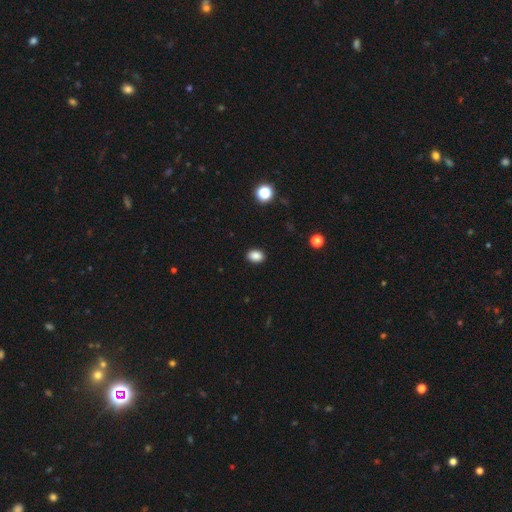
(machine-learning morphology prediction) Smooth or featured? smooth (87%)
How rounded? in between (74%)
Merging? none (90%)